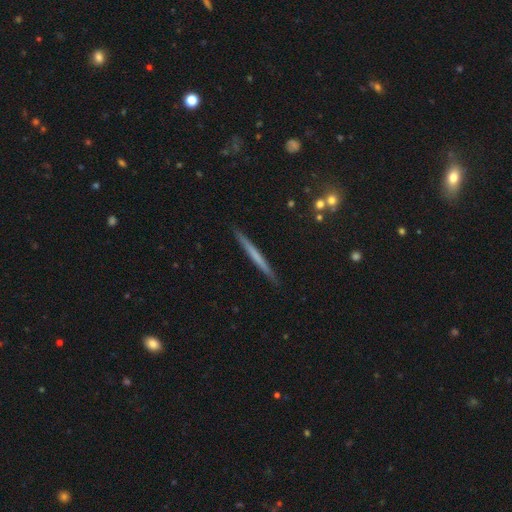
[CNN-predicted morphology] smooth_or_featured: smooth (p=0.48) [alt: featured or disk p=0.46]
merging: none (p=0.91) [alt: minor disturbance p=0.06]